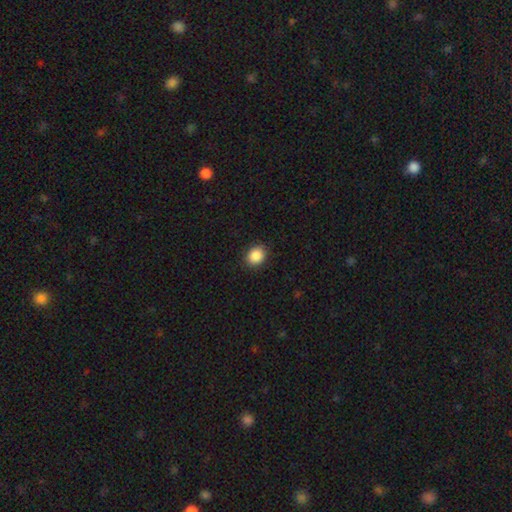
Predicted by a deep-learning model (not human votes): This appears to be a smooth galaxy with no disk features (88%) that is round (59%). Merging: none (90%).